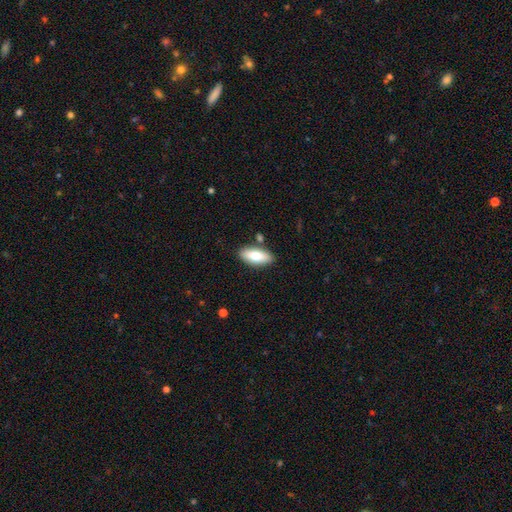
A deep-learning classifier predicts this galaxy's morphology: Smooth or featured? smooth (73%)
How rounded? in between (82%)
Merging? none (84%)